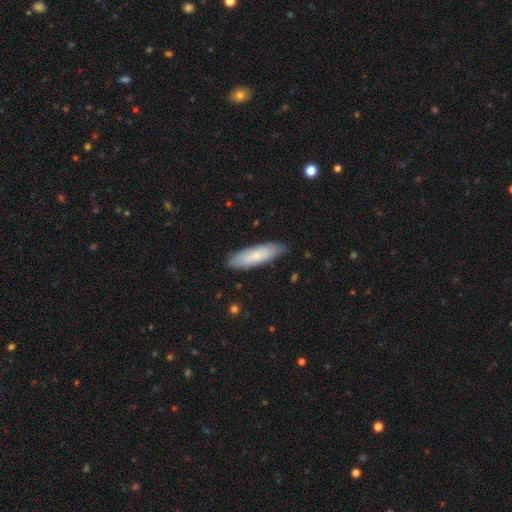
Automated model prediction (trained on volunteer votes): Smooth or featured? Predicted: smooth (p=0.71). How rounded? Predicted: cigar-shaped (p=0.56). Merging? Predicted: none (p=0.83).